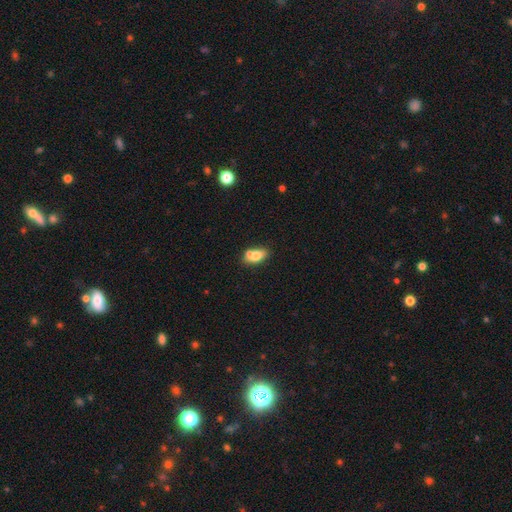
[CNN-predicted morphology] A smooth galaxy with no disk features (71%) that is in between round and cigar-shaped (84%). Merging: none (47%).